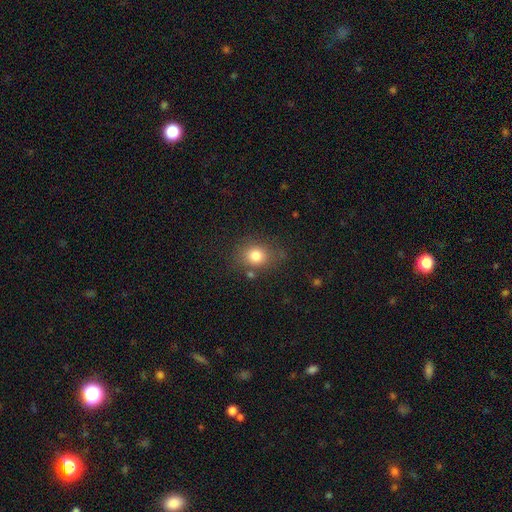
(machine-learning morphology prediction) Smooth or featured: smooth — 79% (star or artifact — 12%)
How rounded: round — 63% (in between — 36%)
Merging: none — 75% (minor disturbance — 15%)